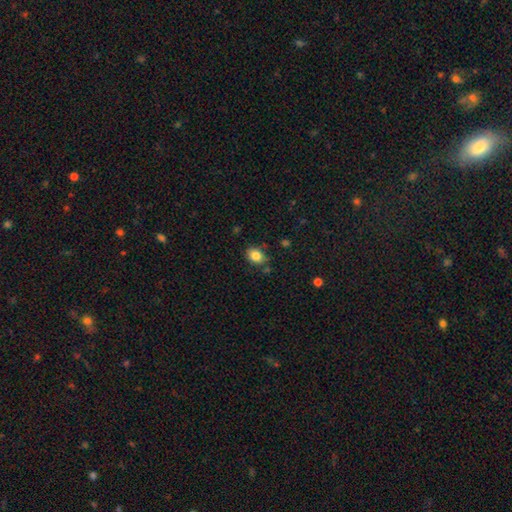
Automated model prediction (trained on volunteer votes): A smooth galaxy with no disk features (84%) that is in between round and cigar-shaped (60%). Merging: none (77%).